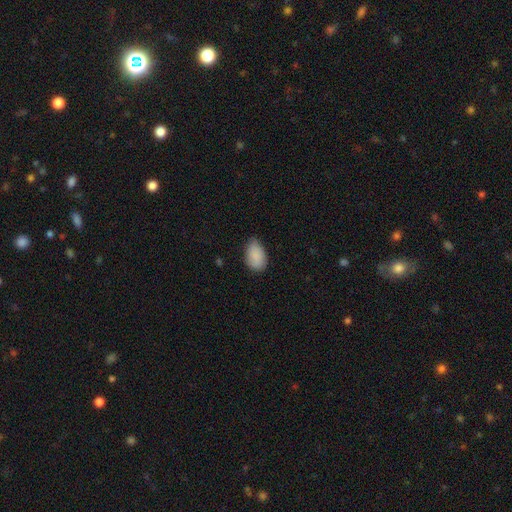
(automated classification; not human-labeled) smooth_or_featured: smooth (p=0.88) [alt: star or artifact p=0.07]
how_rounded: in between (p=0.90) [alt: round p=0.08]
merging: none (p=0.65) [alt: minor disturbance p=0.30]